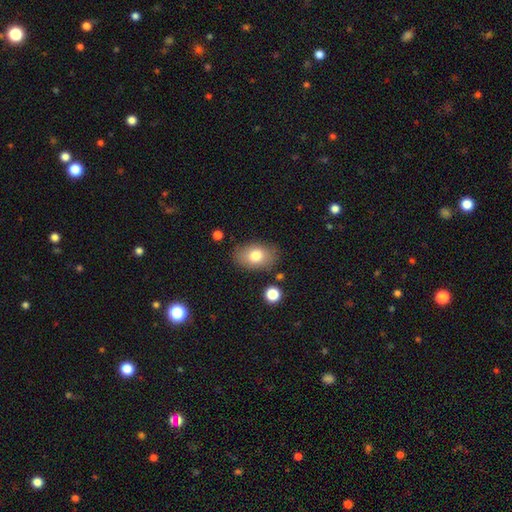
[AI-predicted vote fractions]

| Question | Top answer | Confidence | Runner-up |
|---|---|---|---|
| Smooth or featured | smooth | 78% | featured or disk (14%) |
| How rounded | in between | 84% | round (15%) |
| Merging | none | 80% | minor disturbance (14%) |